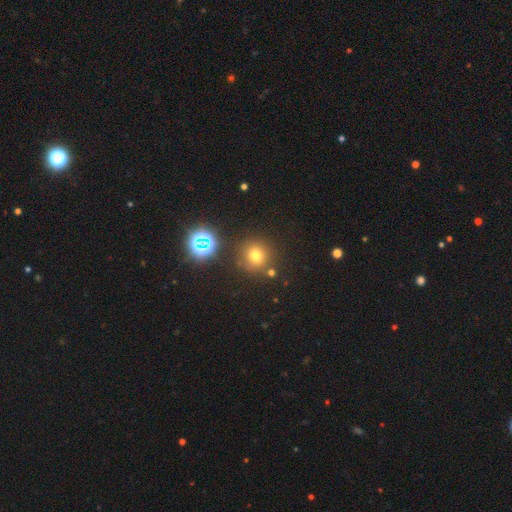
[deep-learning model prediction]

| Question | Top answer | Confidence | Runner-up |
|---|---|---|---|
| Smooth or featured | smooth | 67% | star or artifact (24%) |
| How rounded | round | 91% | in between (8%) |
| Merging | none | 80% | minor disturbance (9%) |